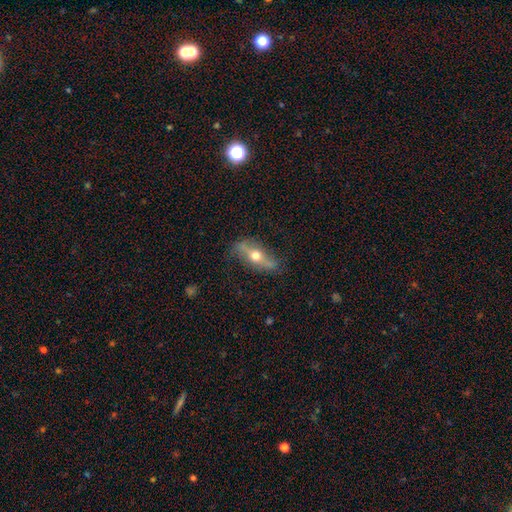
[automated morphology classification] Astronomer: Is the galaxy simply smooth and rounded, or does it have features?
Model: featured or disk — 63%.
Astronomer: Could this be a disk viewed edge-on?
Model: yes — 56% (runner-up: no, 44%).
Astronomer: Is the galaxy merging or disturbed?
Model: none — 77%.